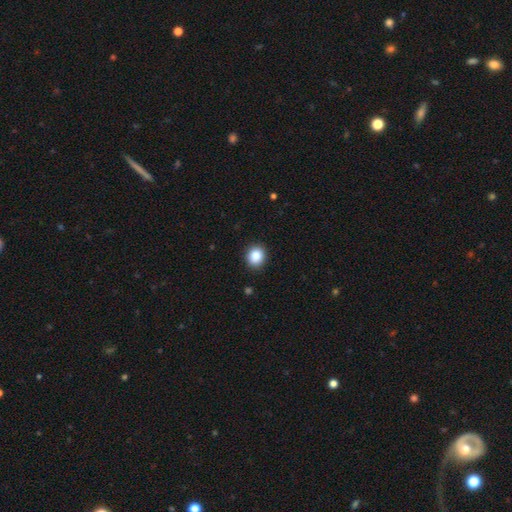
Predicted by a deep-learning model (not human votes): smooth_or_featured: smooth (p=0.86) [alt: star or artifact p=0.10]
how_rounded: round (p=0.74) [alt: in between p=0.25]
merging: none (p=0.91) [alt: minor disturbance p=0.06]